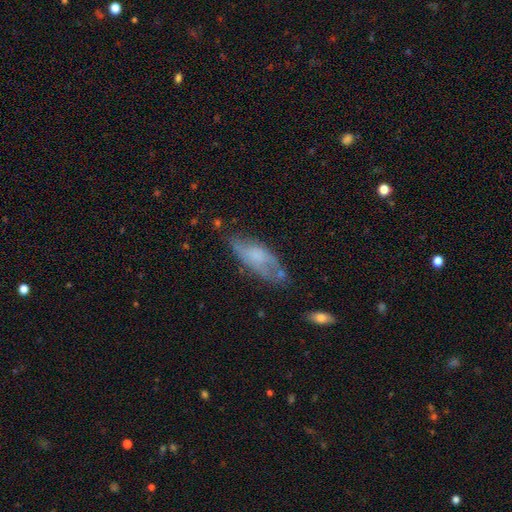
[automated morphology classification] smooth_or_featured: featured or disk (p=0.46) [alt: smooth p=0.45]
merging: none (p=0.54) [alt: minor disturbance p=0.29]